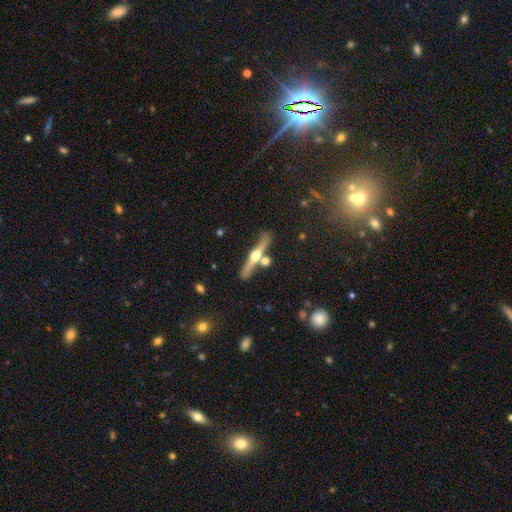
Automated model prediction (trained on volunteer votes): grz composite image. It shows a featured or disk galaxy (74%) viewed edge-on (96%) with a rounded central bulge (95%). Merging: none (75%).